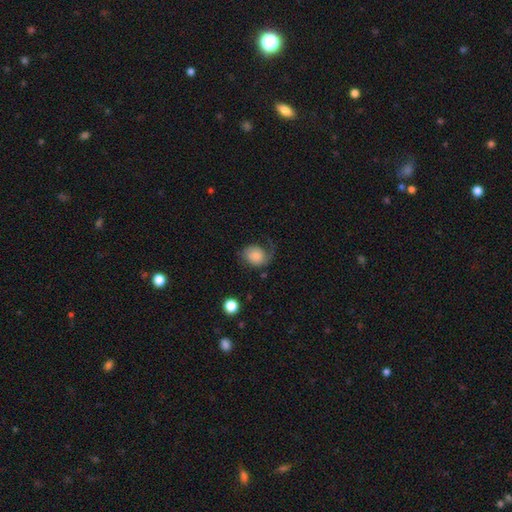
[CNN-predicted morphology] Smooth or featured? smooth (54%)
How rounded? round (53%)
Merging? none (43%)